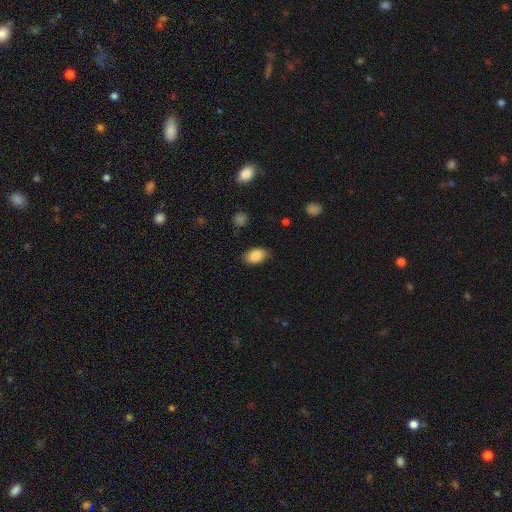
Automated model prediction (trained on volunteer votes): The model was most divided on "merging": none: 83%, minor disturbance: 13%, major disturbance: 3%, merger: 1%. More confident: how rounded — in between (91%); smooth or featured — smooth (86%).